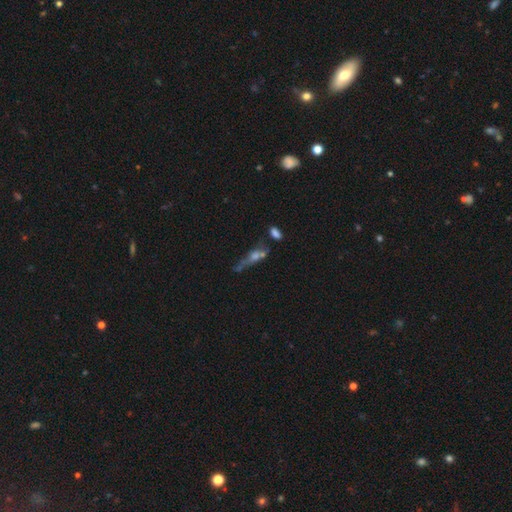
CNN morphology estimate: Q: Smooth or featured?
A: featured or disk (49%); runner-up: smooth (31%)
Q: Merging?
A: none (38%); runner-up: merger (25%)